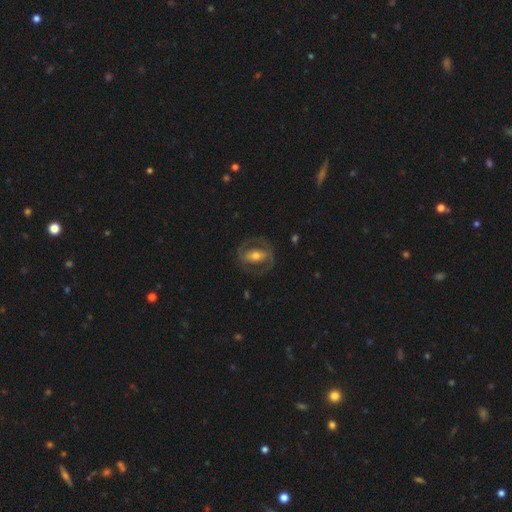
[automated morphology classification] smooth_or_featured: featured or disk (p=0.68) [alt: smooth p=0.26]
disk_edge_on: no (p=0.95) [alt: yes p=0.05]
bar: strong (p=0.39) [alt: no p=0.32]
has_spiral_arms: yes (p=0.57) [alt: no p=0.43]
bulge_size: moderate (p=0.62) [alt: small p=0.25]
merging: none (p=0.72) [alt: minor disturbance p=0.13]